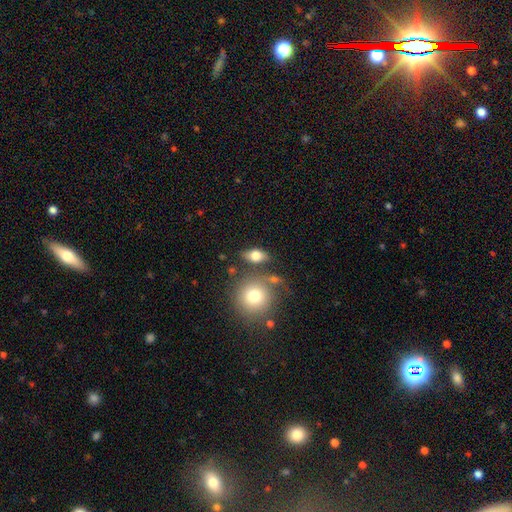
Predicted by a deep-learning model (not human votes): A smooth galaxy with no disk features (72%) that is in between round and cigar-shaped (77%).

Vote fractions:
- Smooth or featured? smooth: 72% / featured or disk: 19% / star or artifact: 9%
- How rounded? in between: 77% / round: 16% / cigar-shaped: 7%
- Merging? none: 73% / minor disturbance: 13% / merger: 9% / major disturbance: 5%